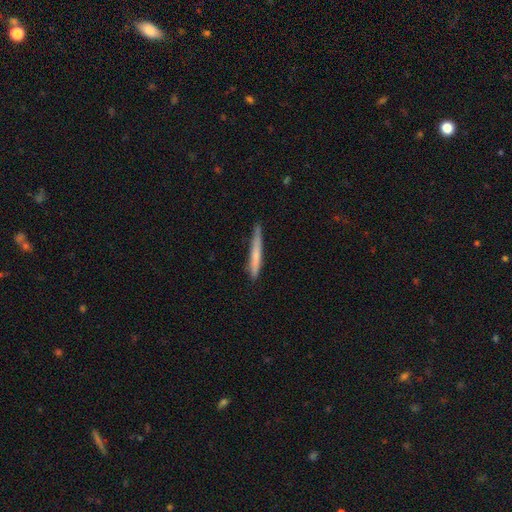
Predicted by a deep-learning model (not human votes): smooth_or_featured: smooth (p=0.66) [alt: featured or disk p=0.29]
how_rounded: cigar-shaped (p=0.96) [alt: in between p=0.03]
merging: none (p=0.79) [alt: minor disturbance p=0.17]